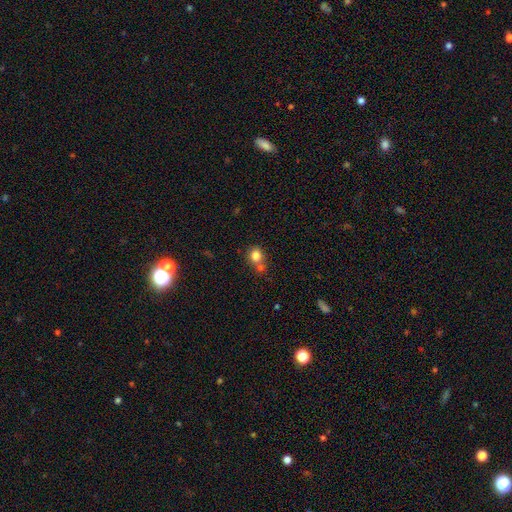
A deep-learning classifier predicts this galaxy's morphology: Smooth or featured? Predicted: smooth (p=0.81). How rounded? Predicted: round (p=0.68). Merging? Predicted: none (p=0.50).